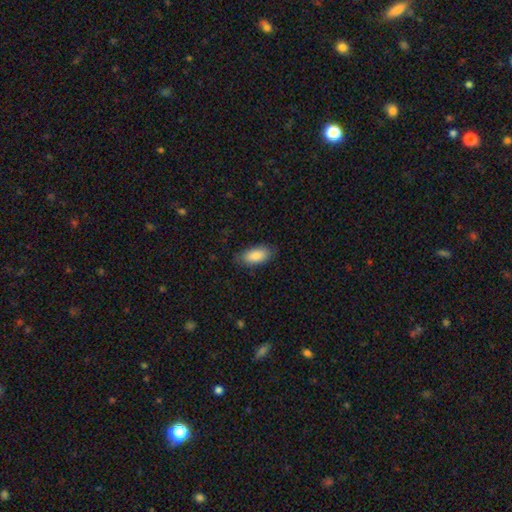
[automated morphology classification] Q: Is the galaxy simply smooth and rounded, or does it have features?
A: smooth — 87%.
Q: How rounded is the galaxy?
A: in between — 91%.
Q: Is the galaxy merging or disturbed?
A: none — 81%.